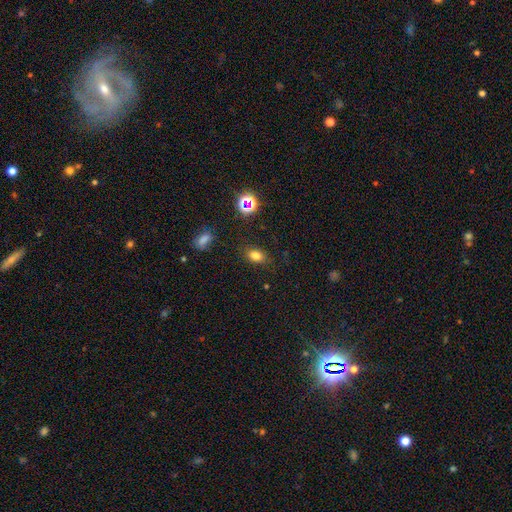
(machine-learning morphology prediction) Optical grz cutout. It shows a smooth galaxy with no disk features (77%) that is in between round and cigar-shaped (76%). Merging: none (83%).